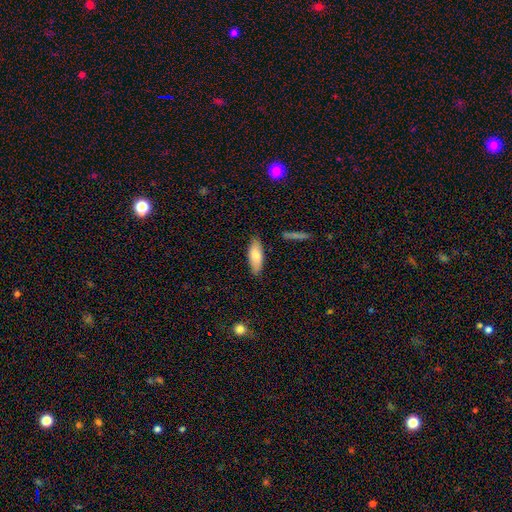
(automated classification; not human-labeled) Morphology: type=smooth (78%); roundness=in between (71%); merging=none (83%).